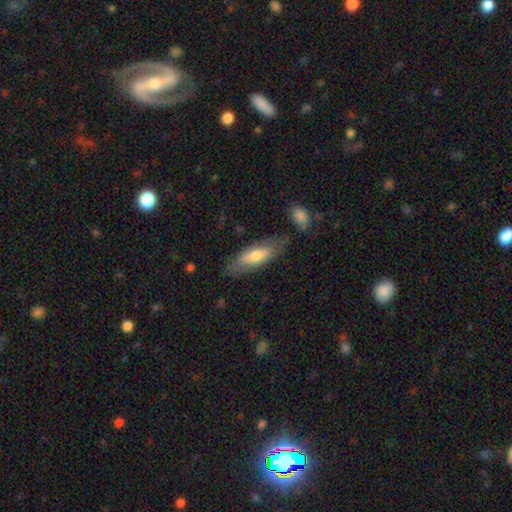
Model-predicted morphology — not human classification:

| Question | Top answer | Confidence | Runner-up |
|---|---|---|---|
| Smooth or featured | smooth | 58% | featured or disk (37%) |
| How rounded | in between | 61% | cigar-shaped (37%) |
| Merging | none | 73% | minor disturbance (17%) |